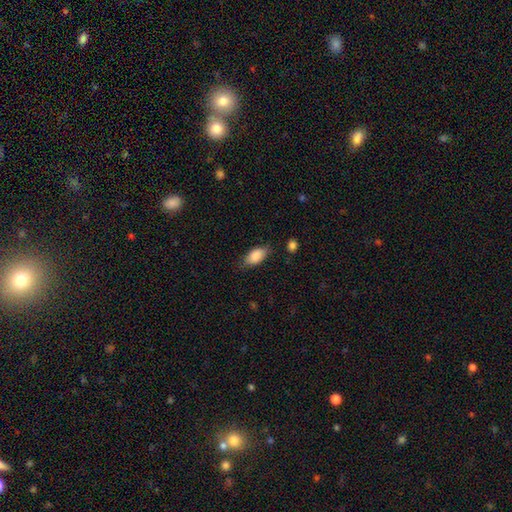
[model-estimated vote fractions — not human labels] smooth_or_featured: smooth (p=0.86) [alt: featured or disk p=0.08]
how_rounded: in between (p=0.90) [alt: cigar-shaped p=0.06]
merging: none (p=0.73) [alt: minor disturbance p=0.20]